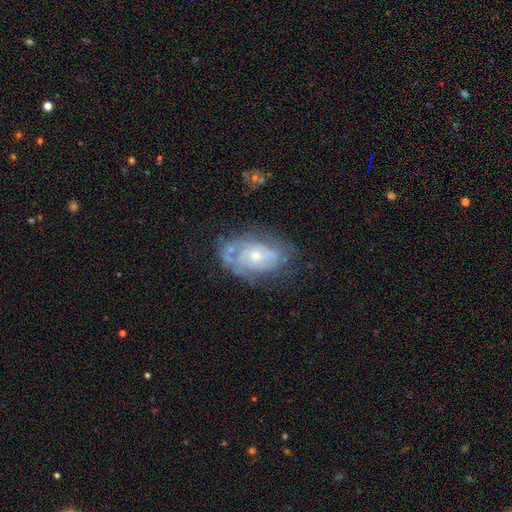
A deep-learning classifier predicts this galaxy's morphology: A featured or disk galaxy (72%) with no bar (78%), spiral arms (70%) and a small central bulge (47%, tied with moderate).

Vote fractions:
- Smooth or featured? featured or disk: 72% / smooth: 20% / star or artifact: 8%
- Edge-on disk? no: 95% / yes: 5%
- Bar? no: 78% / weak: 18% / strong: 3%
- Spiral arms? yes: 70% / no: 30%
- Bulge size? small: 47% (tied) / moderate: 47% (tied) / large: 3% / none: 2% / dominant: 1%
- Merging? none: 58% / minor disturbance: 25% / major disturbance: 13% / merger: 4%